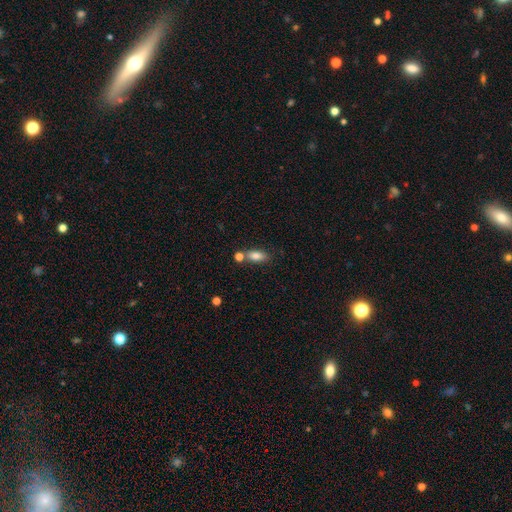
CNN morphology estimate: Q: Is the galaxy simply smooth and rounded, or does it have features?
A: smooth — 83%.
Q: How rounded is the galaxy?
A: in between — 82%.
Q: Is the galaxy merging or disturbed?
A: none — 62%.